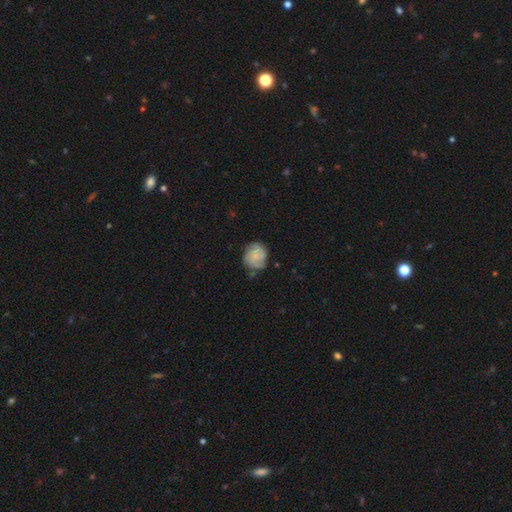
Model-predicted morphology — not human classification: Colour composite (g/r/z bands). It shows a featured or disk galaxy (50%). Merging: none (66%).